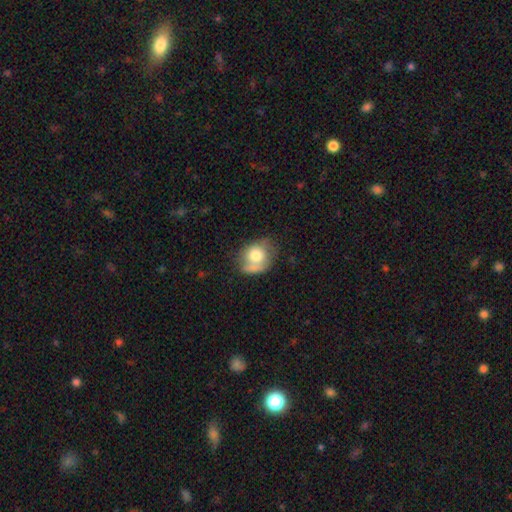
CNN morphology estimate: The model was most divided on "merging": none: 42%, minor disturbance: 28%, merger: 16%, major disturbance: 14%. More confident: smooth or featured — smooth (69%); how rounded — round (57%).